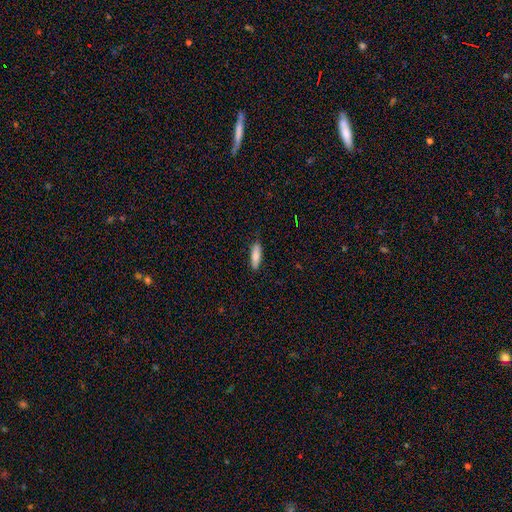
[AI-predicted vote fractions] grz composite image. It shows a smooth galaxy with no disk features (82%) that is cigar-shaped (53%). Merging: none (85%).